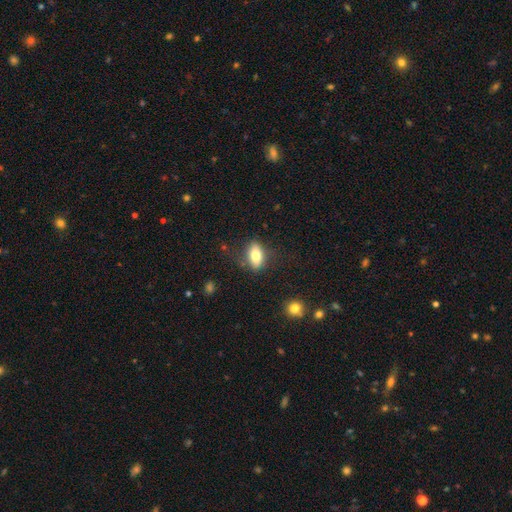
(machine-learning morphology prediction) Overall: smooth (75%). How rounded: in between (86%). Merging: none (76%).